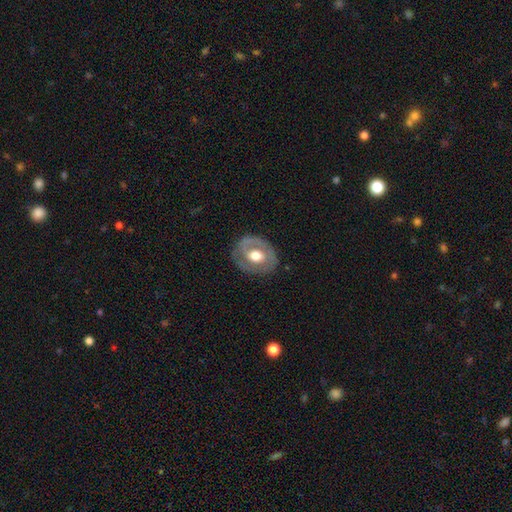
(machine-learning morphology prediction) smooth-or-featured: featured or disk: 56% | smooth: 39% | star or artifact: 5%
  disk-edge-on: no: 95% | yes: 5%
    bar: no: 74% | weak: 19% | strong: 6%
    has-spiral-arms: no: 75% | yes: 25%
    bulge-size: moderate: 60% | large: 34% | small: 4% | dominant: 2% | none: 1%
  merging: none: 74% | minor disturbance: 18% | major disturbance: 7% | merger: 1%